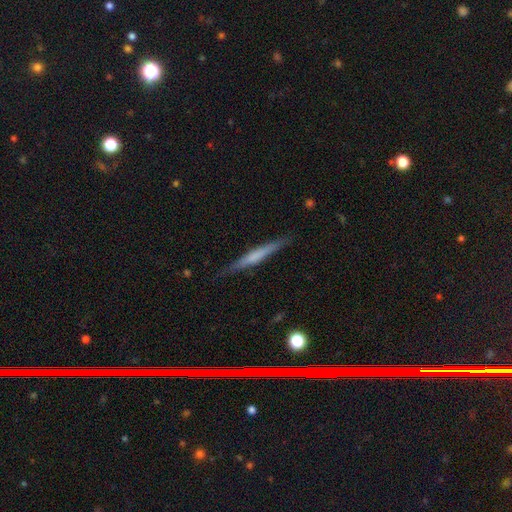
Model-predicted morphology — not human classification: featured or disk 50%, smooth 44%, star or artifact 6%. Down the decision tree: merging — none (86%).